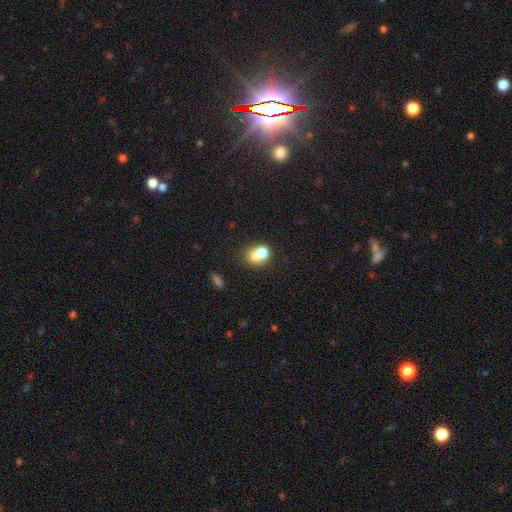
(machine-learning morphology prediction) Smooth or featured?
  - smooth: 67% *
  - featured or disk: 19%
  - star or artifact: 14%
How rounded?
  - round: 66% *
  - in between: 33%
  - cigar-shaped: 1%
Merging?
  - merger: 53% *
  - none: 33%
  - minor disturbance: 9%
  - major disturbance: 6%